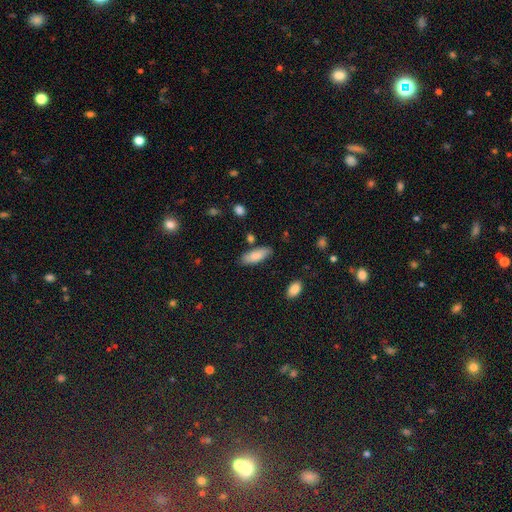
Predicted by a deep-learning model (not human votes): The model was most divided on "how rounded": in between: 72%, cigar-shaped: 26%, round: 2%. More confident: smooth or featured — smooth (83%); merging — none (79%).